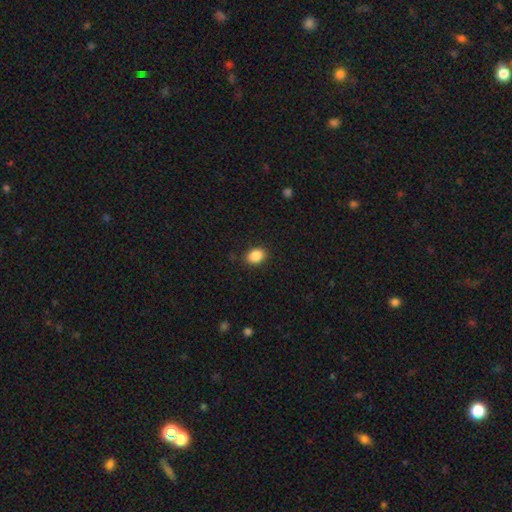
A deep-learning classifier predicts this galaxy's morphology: smooth-or-featured: smooth: 88% | star or artifact: 9% | featured or disk: 4%
  how-rounded: in between: 64% | round: 35% | cigar-shaped: 1%
  merging: none: 88% | minor disturbance: 8% | major disturbance: 2% | merger: 1%